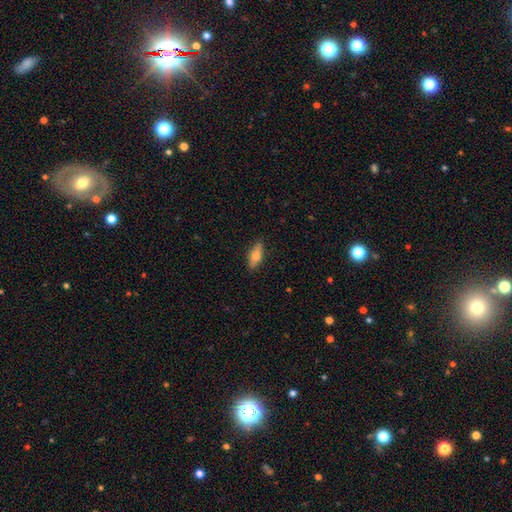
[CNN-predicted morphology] smooth 61%, featured or disk 32%, star or artifact 7%. Down the decision tree: how rounded — in between (58%); merging — none (86%).